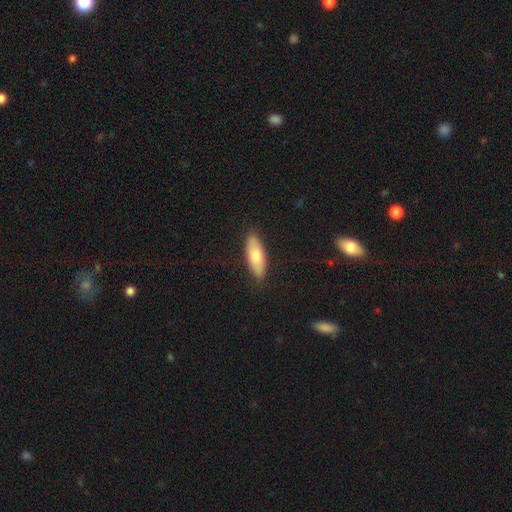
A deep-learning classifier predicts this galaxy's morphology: Smooth or featured: smooth — 72% (featured or disk — 22%)
How rounded: in between — 71% (cigar-shaped — 27%)
Merging: none — 87% (minor disturbance — 10%)